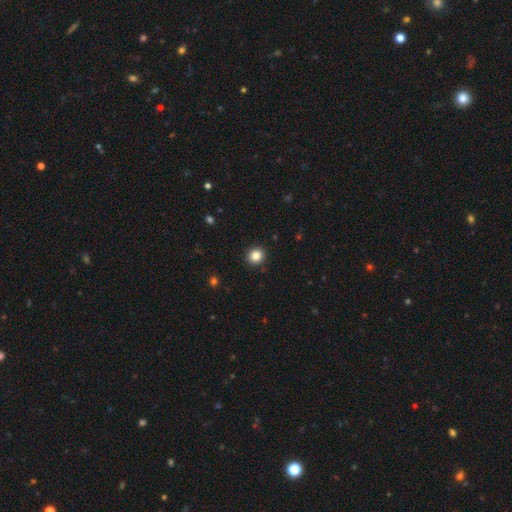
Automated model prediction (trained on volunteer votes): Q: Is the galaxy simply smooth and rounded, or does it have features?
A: smooth — 85%.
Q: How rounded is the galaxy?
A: round — 84%.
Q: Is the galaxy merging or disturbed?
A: none — 92%.